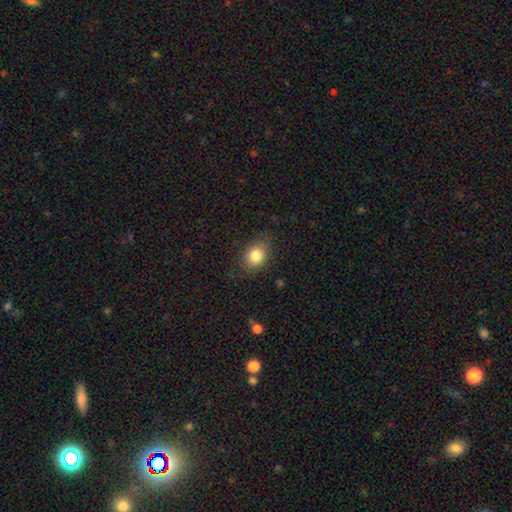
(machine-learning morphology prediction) A smooth galaxy with no disk features (84%) that is in between round and cigar-shaped (52%). Merging: none (79%).